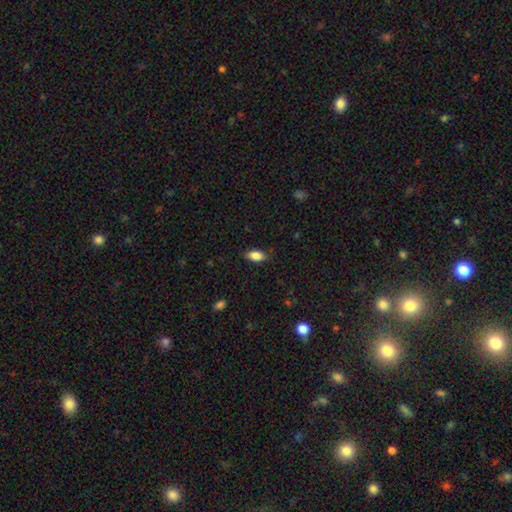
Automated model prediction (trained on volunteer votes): This appears to be a smooth galaxy with no disk features (86%) that is in between round and cigar-shaped (90%). Merging: none (85%).